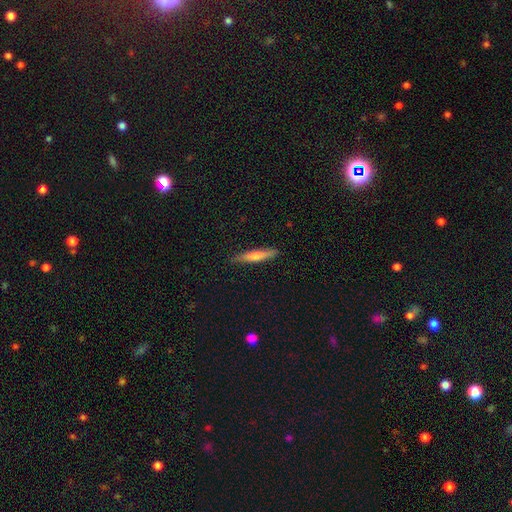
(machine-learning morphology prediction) Smooth or featured? Predicted: smooth (p=0.55). How rounded? Predicted: cigar-shaped (p=0.91). Merging? Predicted: none (p=0.89).